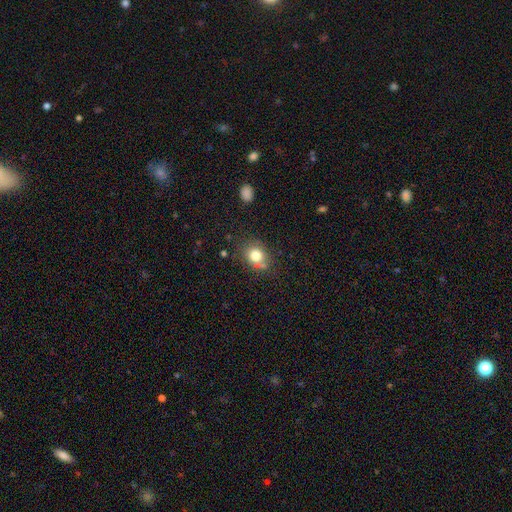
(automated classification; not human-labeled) This is likely a smooth galaxy (79%). How rounded: likely round (65%). Merging: likely none (66%).